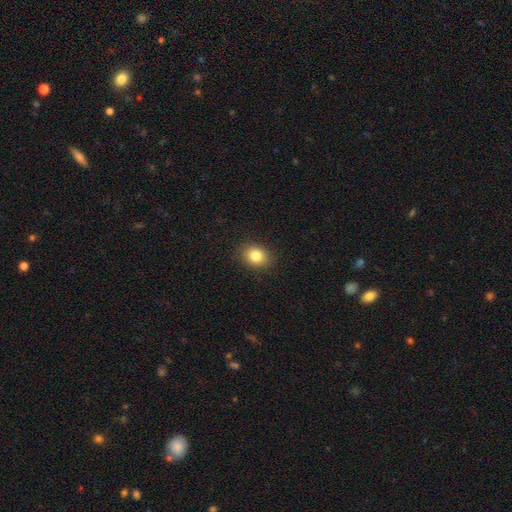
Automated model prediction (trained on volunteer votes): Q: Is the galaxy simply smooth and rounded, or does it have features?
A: smooth — 83%.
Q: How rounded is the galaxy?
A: round — 50%.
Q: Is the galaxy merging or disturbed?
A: none — 89%.